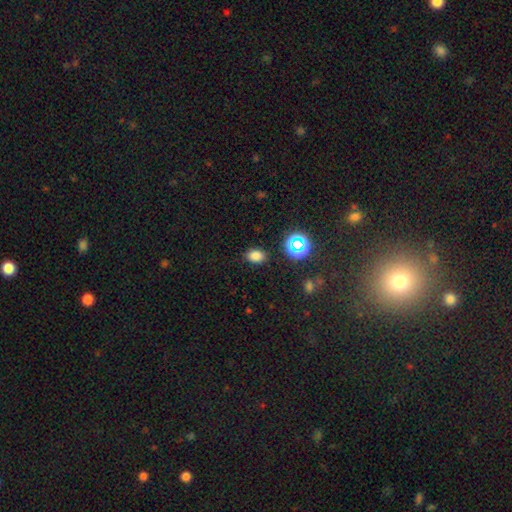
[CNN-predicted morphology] This is likely a smooth galaxy (78%). How rounded: likely in between (74%). Merging: clearly none (85%).